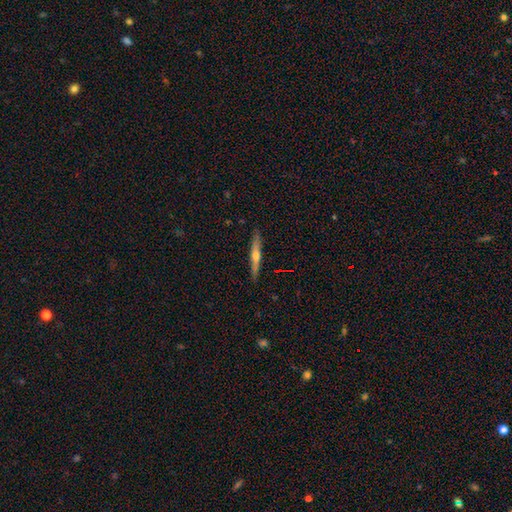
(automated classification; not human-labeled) Q: Smooth or featured?
A: featured or disk (63%); runner-up: smooth (31%)
Q: Edge-on disk?
A: yes (97%); runner-up: no (3%)
Q: Edge-on bulge?
A: rounded (85%); runner-up: none (11%)
Q: Merging?
A: none (90%); runner-up: minor disturbance (7%)